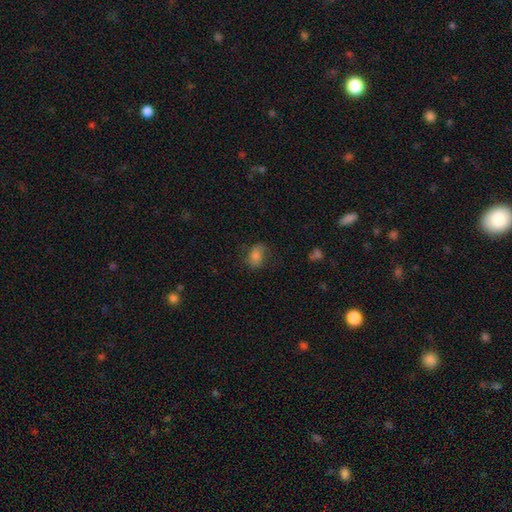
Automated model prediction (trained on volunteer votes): Smooth or featured? smooth (70%)
How rounded? in between (70%)
Merging? none (65%)